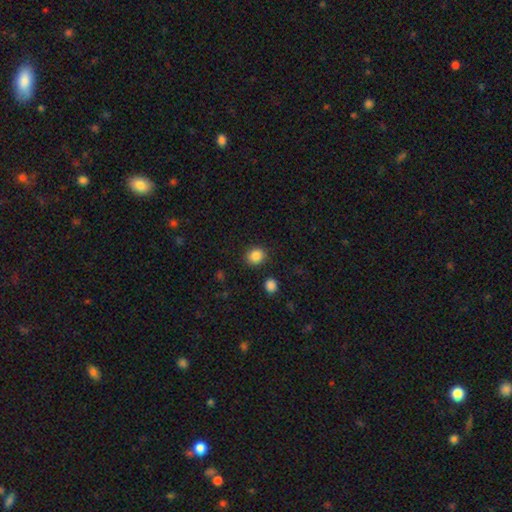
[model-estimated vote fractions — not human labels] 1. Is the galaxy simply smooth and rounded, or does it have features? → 87% smooth, 10% star or artifact, 3% featured or disk.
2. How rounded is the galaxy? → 81% round, 18% in between, 1% cigar-shaped.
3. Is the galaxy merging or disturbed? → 86% none, 8% minor disturbance, 3% merger, 3% major disturbance.